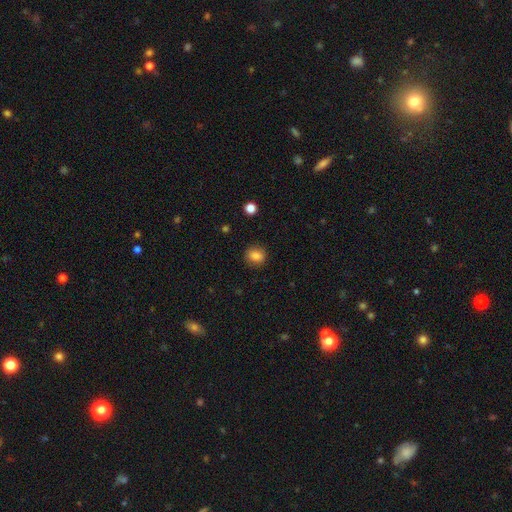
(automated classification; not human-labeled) Overall: smooth (85%). How rounded: round (74%). Merging: none (88%).